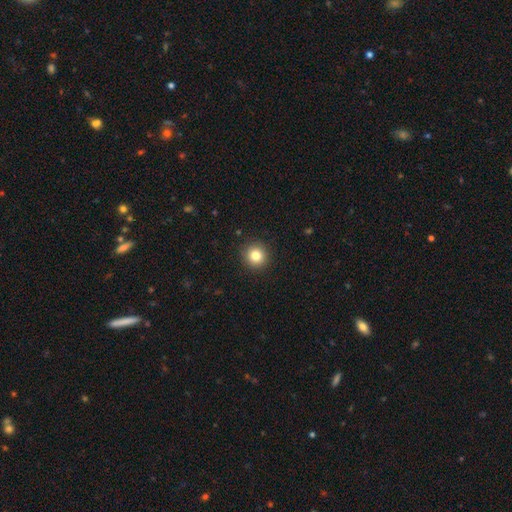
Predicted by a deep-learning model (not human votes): The model was most divided on "smooth or featured": smooth: 82%, star or artifact: 11%, featured or disk: 7%. More confident: how rounded — round (94%); merging — none (92%).